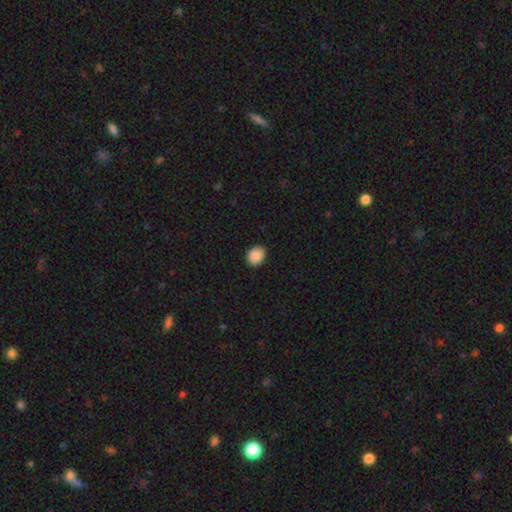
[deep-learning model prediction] Smooth or featured? Predicted: smooth (p=0.89). How rounded? Predicted: round (p=0.56). Merging? Predicted: none (p=0.86).